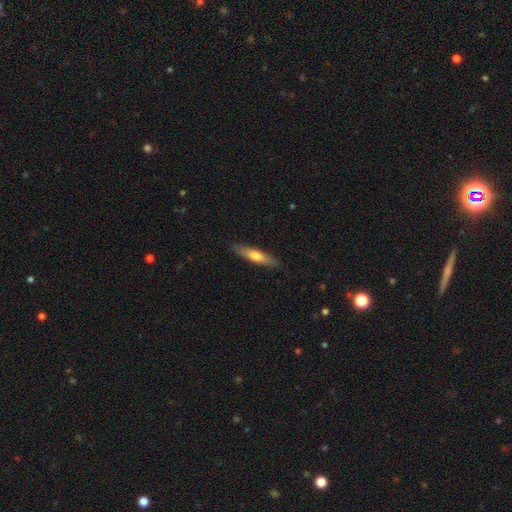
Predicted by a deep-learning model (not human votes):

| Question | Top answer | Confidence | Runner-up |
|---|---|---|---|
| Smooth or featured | smooth | 61% | featured or disk (33%) |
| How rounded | cigar-shaped | 78% | in between (20%) |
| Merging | none | 88% | minor disturbance (9%) |